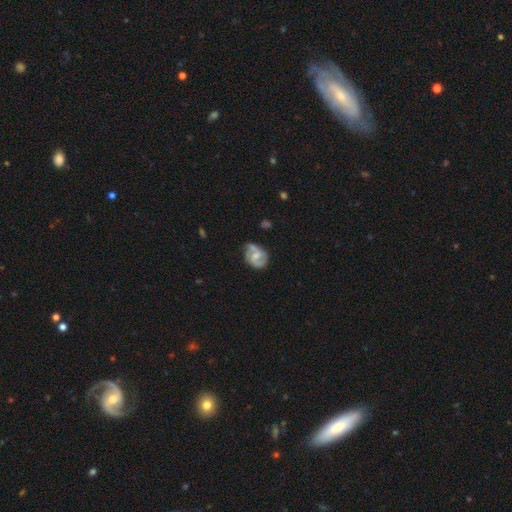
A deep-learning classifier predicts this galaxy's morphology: Overall: featured or disk (69%). Edge-on disk: no (97%). Bar: weak (47%; no 41%). Spiral arms: yes (88%). Spiral arm count: 2 (76%). Spiral winding: medium (49%; tight 28%). Bulge size: moderate (47%; small 40%). Merging: none (57%; minor disturbance 28%).